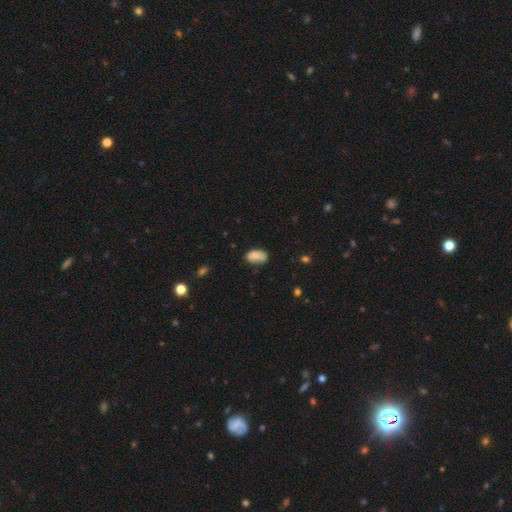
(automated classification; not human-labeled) Morphology: type=smooth (77%); roundness=in between (91%); merging=none (59%).